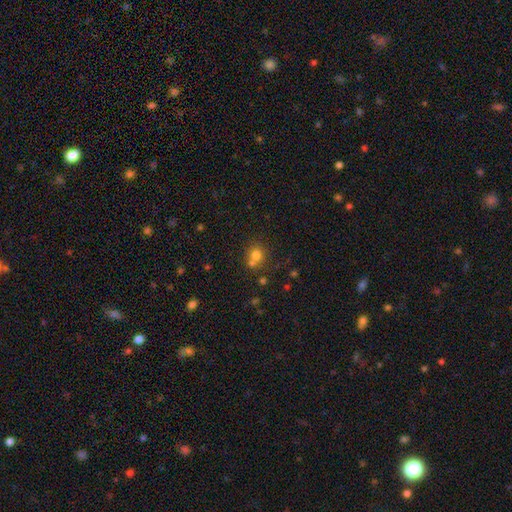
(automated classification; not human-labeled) The model was most divided on "merging": none: 53%, merger: 36%, minor disturbance: 8%, major disturbance: 3%. More confident: how rounded — round (83%); smooth or featured — smooth (73%).